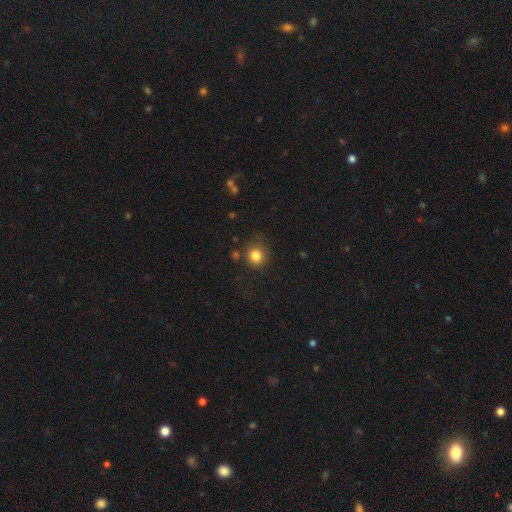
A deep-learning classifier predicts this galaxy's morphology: The model was most divided on "merging": none: 77%, minor disturbance: 14%, major disturbance: 5%, merger: 4%. More confident: how rounded — round (87%); smooth or featured — smooth (83%).